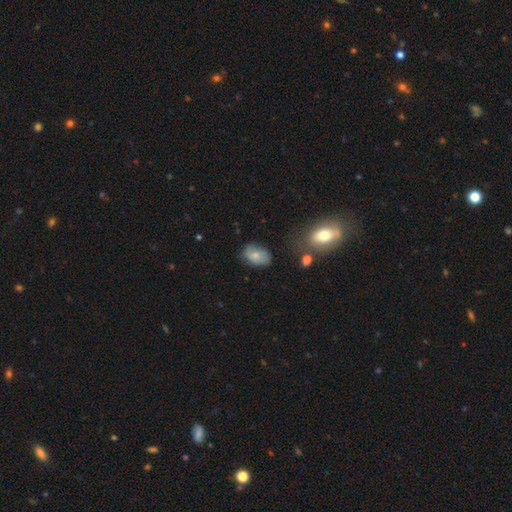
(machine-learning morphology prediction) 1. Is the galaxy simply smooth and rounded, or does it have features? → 72% smooth, 19% featured or disk, 9% star or artifact.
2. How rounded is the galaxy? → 82% in between, 17% round, 1% cigar-shaped.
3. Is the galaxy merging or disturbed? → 66% none, 25% minor disturbance, 6% major disturbance, 3% merger.